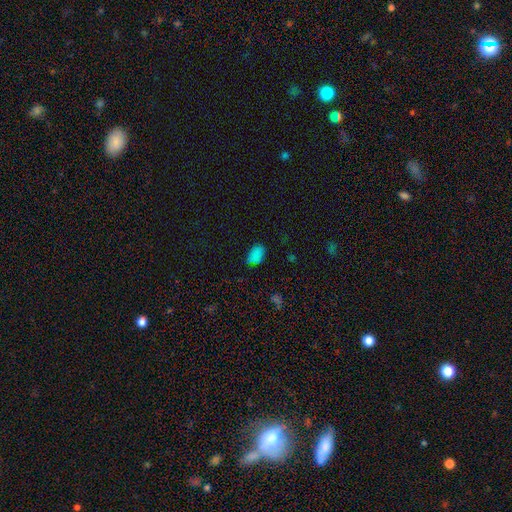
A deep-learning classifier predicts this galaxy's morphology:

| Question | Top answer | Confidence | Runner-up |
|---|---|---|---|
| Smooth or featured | smooth | 77% | star or artifact (18%) |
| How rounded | in between | 89% | round (9%) |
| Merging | none | 66% | minor disturbance (25%) |